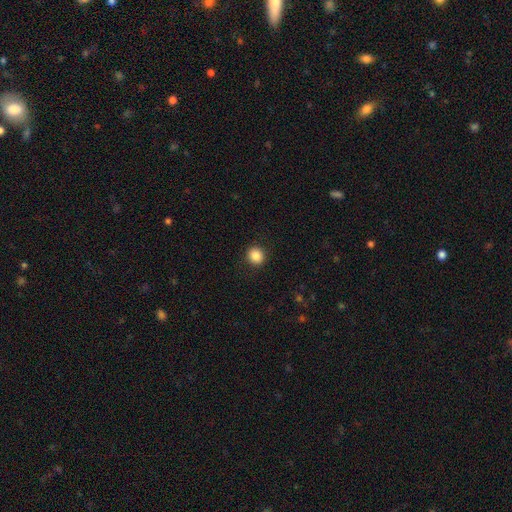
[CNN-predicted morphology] A smooth galaxy with no disk features (86%) that is round (90%). Merging: none (92%).